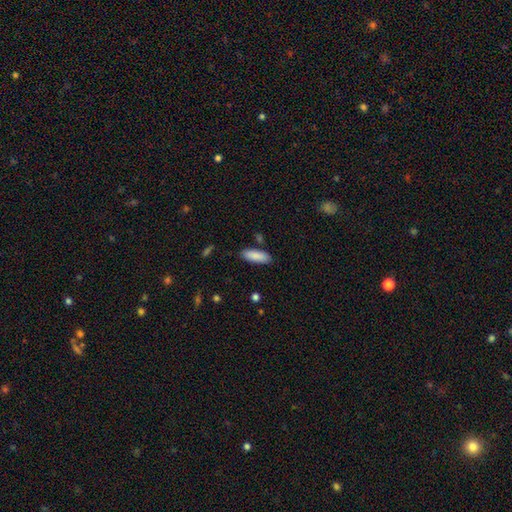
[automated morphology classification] Q: Smooth or featured?
A: smooth (88%); runner-up: star or artifact (6%)
Q: How rounded?
A: in between (62%); runner-up: cigar-shaped (36%)
Q: Merging?
A: none (85%); runner-up: minor disturbance (10%)